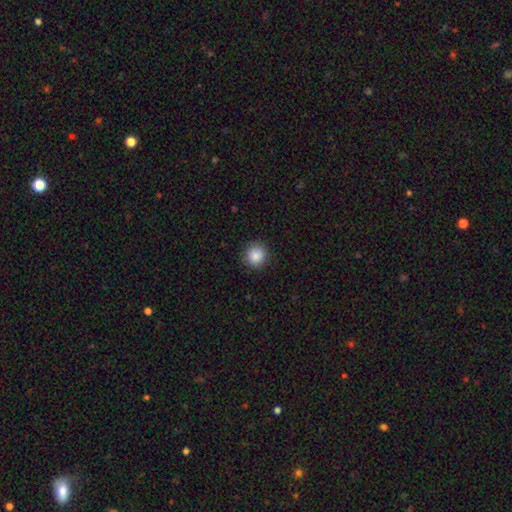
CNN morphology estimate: Smooth or featured: smooth — 87% (star or artifact — 9%)
How rounded: round — 92% (in between — 7%)
Merging: none — 90% (minor disturbance — 7%)